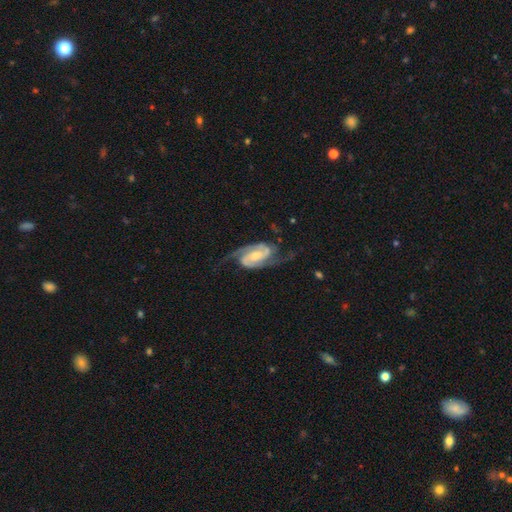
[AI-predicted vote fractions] smooth_or_featured: featured or disk (p=0.91) [alt: smooth p=0.05]
disk_edge_on: no (p=0.97) [alt: yes p=0.03]
bar: weak (p=0.43) [alt: no p=0.35]
has_spiral_arms: yes (p=0.98) [alt: no p=0.02]
spiral_winding: medium (p=0.50) [alt: tight p=0.30]
spiral_arm_count: 2 (p=0.92) [alt: can't tell p=0.03]
bulge_size: moderate (p=0.45) [alt: small p=0.39]
merging: none (p=0.68) [alt: minor disturbance p=0.17]